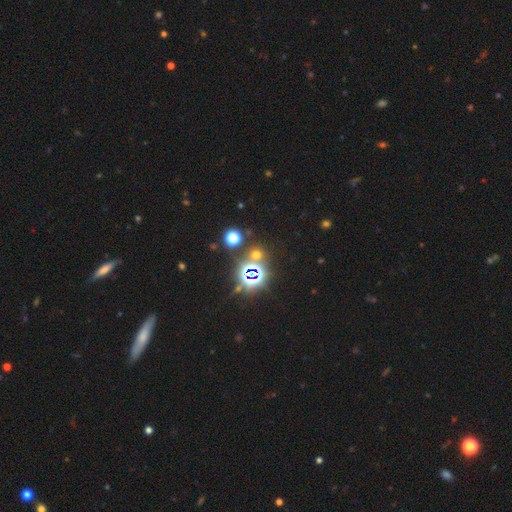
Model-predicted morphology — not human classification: Smooth or featured?
  - star or artifact: 61% *
  - smooth: 32%
  - featured or disk: 7%